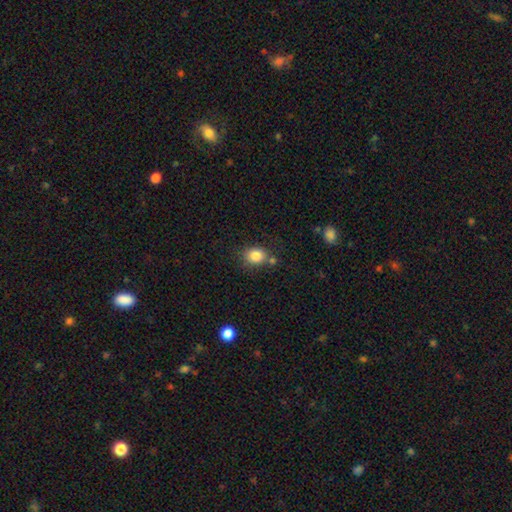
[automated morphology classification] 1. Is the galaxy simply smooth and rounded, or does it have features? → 83% smooth, 10% star or artifact, 6% featured or disk.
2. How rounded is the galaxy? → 63% round, 36% in between, 1% cigar-shaped.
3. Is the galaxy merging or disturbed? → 71% none, 14% minor disturbance, 11% merger, 4% major disturbance.